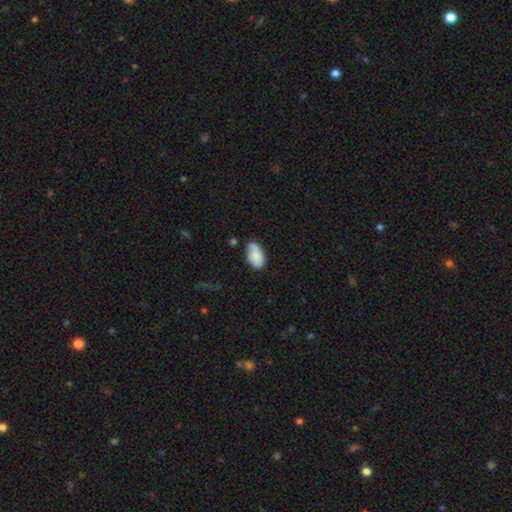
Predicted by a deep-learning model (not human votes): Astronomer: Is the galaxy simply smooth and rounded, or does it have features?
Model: smooth — 77%.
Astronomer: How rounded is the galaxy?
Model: in between — 94%.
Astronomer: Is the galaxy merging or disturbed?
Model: none — 54% (runner-up: minor disturbance, 32%).